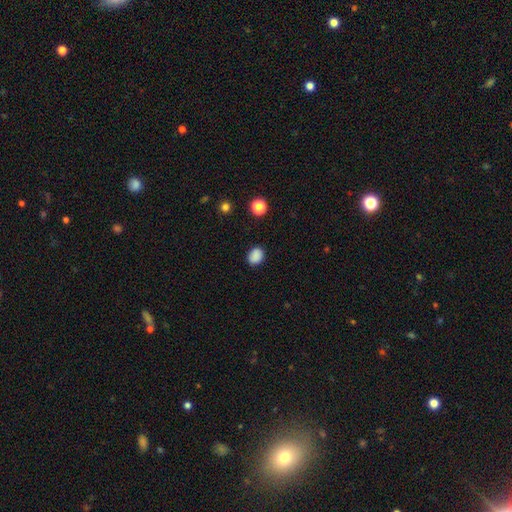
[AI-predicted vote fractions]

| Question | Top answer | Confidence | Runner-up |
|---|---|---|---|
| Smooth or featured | smooth | 87% | star or artifact (10%) |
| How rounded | in between | 57% | round (42%) |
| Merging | none | 85% | minor disturbance (11%) |